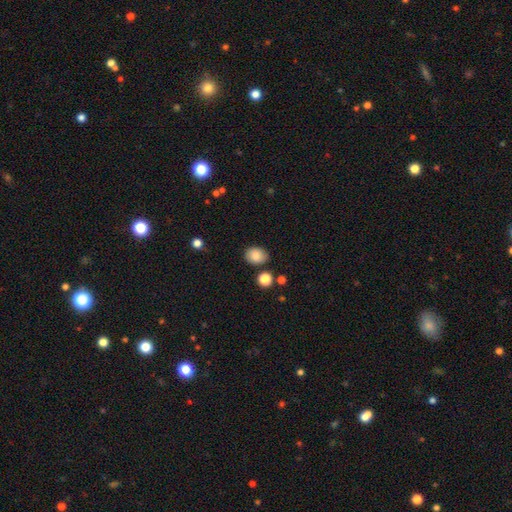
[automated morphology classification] Overall: smooth (86%). How rounded: in between (56%; round 43%). Merging: none (81%).